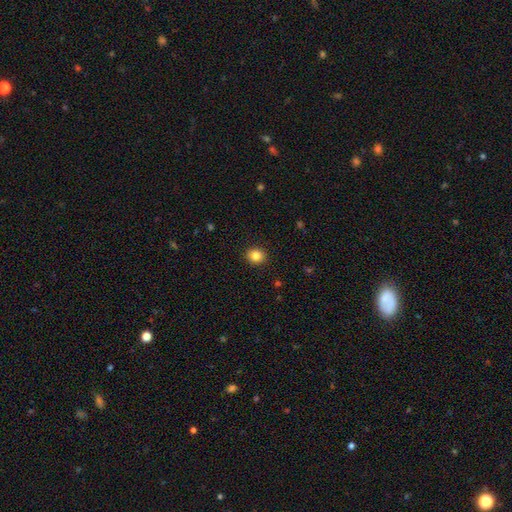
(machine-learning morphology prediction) Overall: smooth (85%). How rounded: round (81%). Merging: none (92%).